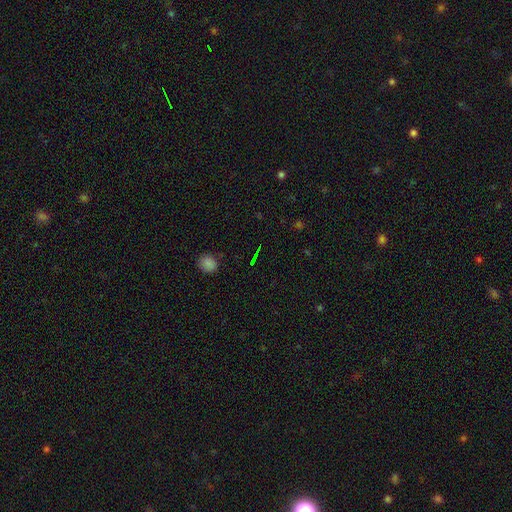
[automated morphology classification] This is likely a star or artifact rather than a galaxy (66%).